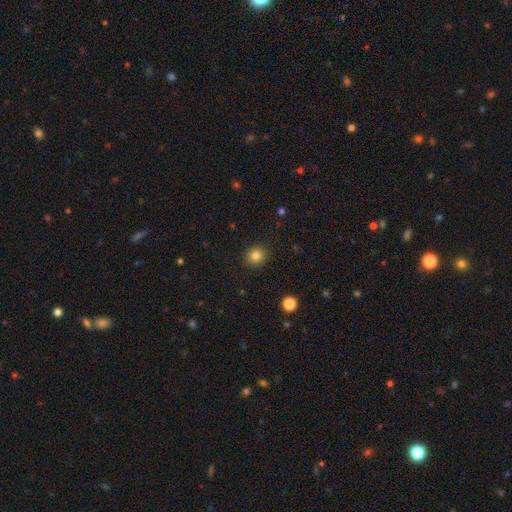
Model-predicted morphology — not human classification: Smooth or featured?
  - smooth: 83% *
  - star or artifact: 12%
  - featured or disk: 5%
How rounded?
  - round: 85% *
  - in between: 14%
  - cigar-shaped: 1%
Merging?
  - none: 90% *
  - minor disturbance: 7%
  - major disturbance: 2%
  - merger: 1%